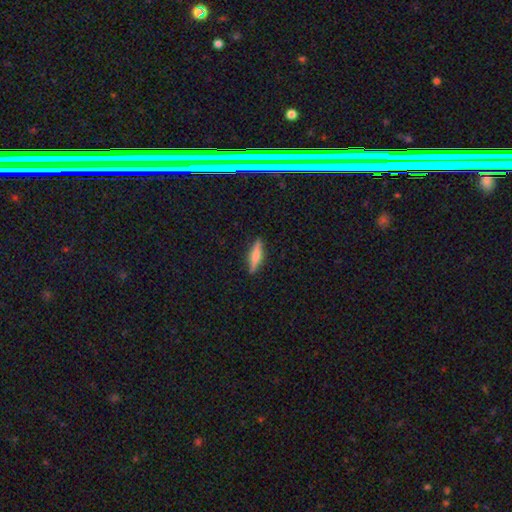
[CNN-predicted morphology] Smooth or featured? smooth (49%)
Merging? none (89%)